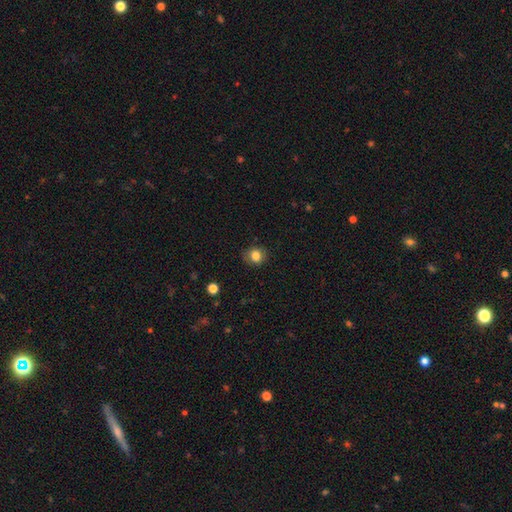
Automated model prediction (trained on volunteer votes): Smooth or featured? Predicted: smooth (p=0.83). How rounded? Predicted: round (p=0.71). Merging? Predicted: none (p=0.81).